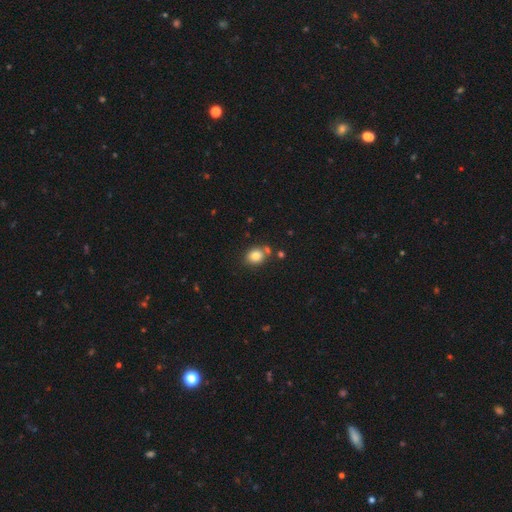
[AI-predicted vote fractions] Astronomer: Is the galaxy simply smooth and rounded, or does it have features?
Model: smooth — 83%.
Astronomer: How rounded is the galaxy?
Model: round — 59% (runner-up: in between, 40%).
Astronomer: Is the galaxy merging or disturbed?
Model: none — 71%.